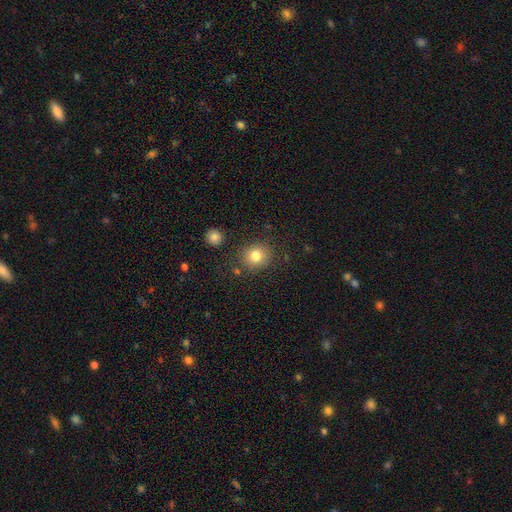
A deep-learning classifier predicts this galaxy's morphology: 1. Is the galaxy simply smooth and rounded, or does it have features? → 81% smooth, 11% star or artifact, 8% featured or disk.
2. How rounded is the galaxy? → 81% round, 18% in between, 1% cigar-shaped.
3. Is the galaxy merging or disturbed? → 83% none, 10% minor disturbance, 4% merger, 3% major disturbance.